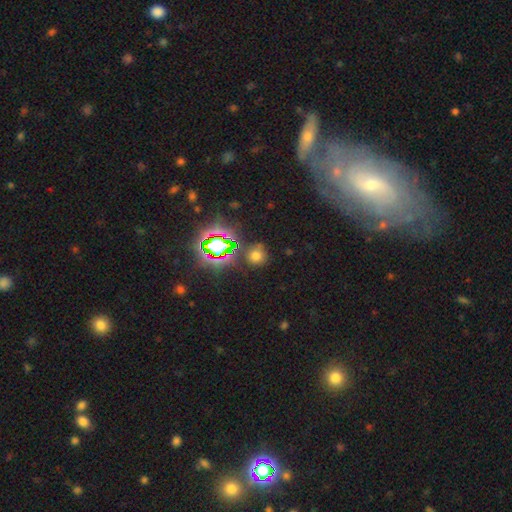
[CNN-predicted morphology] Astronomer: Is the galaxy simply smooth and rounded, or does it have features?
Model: smooth — 58% (runner-up: star or artifact, 34%).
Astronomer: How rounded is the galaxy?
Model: round — 86%.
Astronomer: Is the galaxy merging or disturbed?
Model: none — 79%.